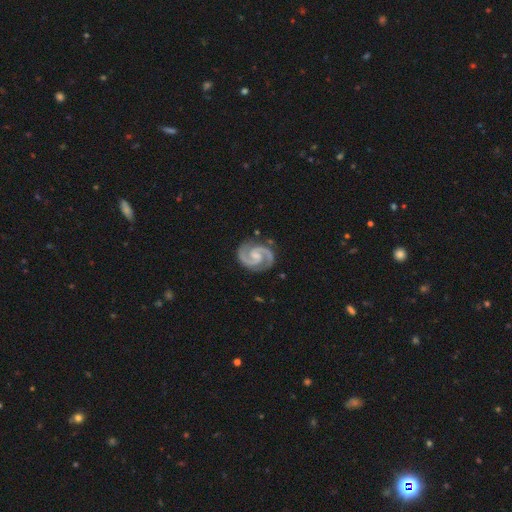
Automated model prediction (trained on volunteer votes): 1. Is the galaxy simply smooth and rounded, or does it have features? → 95% featured or disk, 3% star or artifact, 2% smooth.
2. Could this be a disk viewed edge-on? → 99% no, 1% yes.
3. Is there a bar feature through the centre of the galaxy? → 44% weak, 42% no, 15% strong.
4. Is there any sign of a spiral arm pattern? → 99% yes, 1% no.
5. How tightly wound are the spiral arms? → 55% medium, 38% tight, 7% loose.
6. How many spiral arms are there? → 95% 2, 1% 3, 1% can't tell, 1% 1, 1% 4, 1% more than 4.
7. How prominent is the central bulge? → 39% small, 29% none, 28% moderate, 2% large, 1% dominant.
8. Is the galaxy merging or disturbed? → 84% none, 11% minor disturbance, 3% major disturbance, 2% merger.